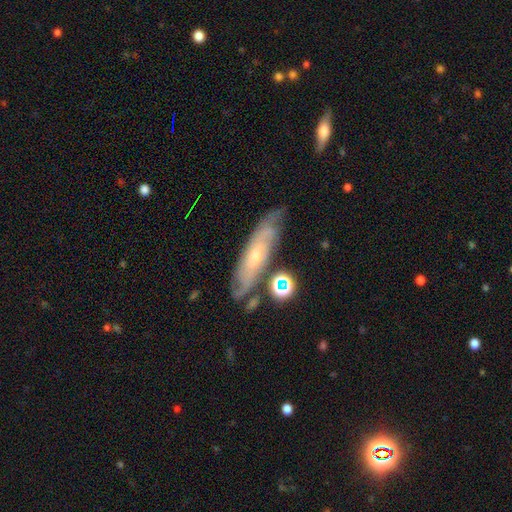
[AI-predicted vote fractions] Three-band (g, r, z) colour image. It shows a featured or disk galaxy (73%) with no bar (73%), spiral arms (87%) and a small central bulge (68%). Merging: none (70%).